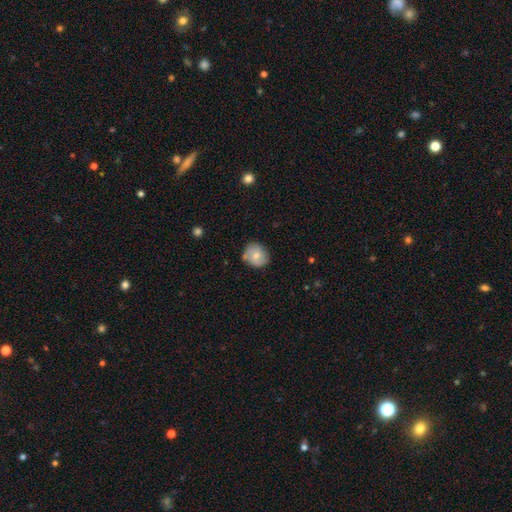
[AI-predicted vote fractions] A smooth galaxy with no disk features (65%) that is round (73%).

Vote fractions:
- Smooth or featured? smooth: 65% / featured or disk: 28% / star or artifact: 7%
- How rounded? round: 73% / in between: 26% / cigar-shaped: 1%
- Merging? none: 71% / minor disturbance: 21% / major disturbance: 4% / merger: 4%